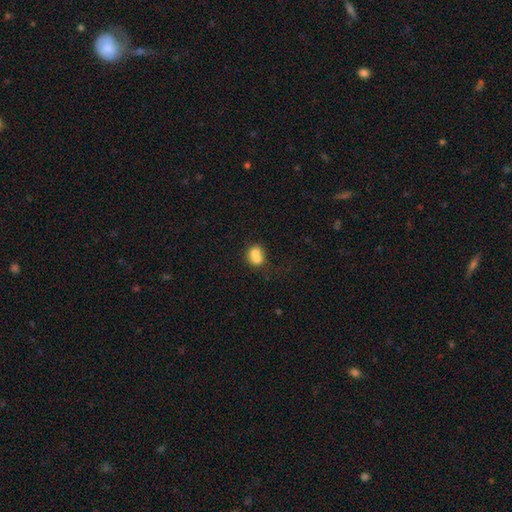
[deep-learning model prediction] smooth_or_featured: smooth (p=0.71) [alt: featured or disk p=0.19]
how_rounded: round (p=0.62) [alt: in between p=0.36]
merging: merger (p=0.61) [alt: none p=0.27]